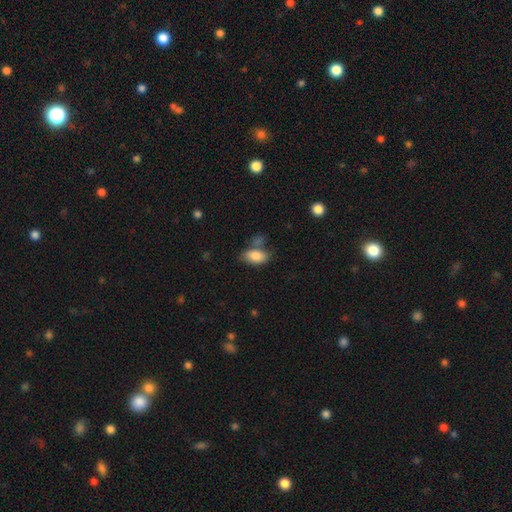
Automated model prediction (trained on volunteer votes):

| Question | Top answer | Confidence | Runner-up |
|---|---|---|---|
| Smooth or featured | smooth | 83% | featured or disk (9%) |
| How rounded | in between | 91% | round (5%) |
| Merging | none | 52% | minor disturbance (21%) |